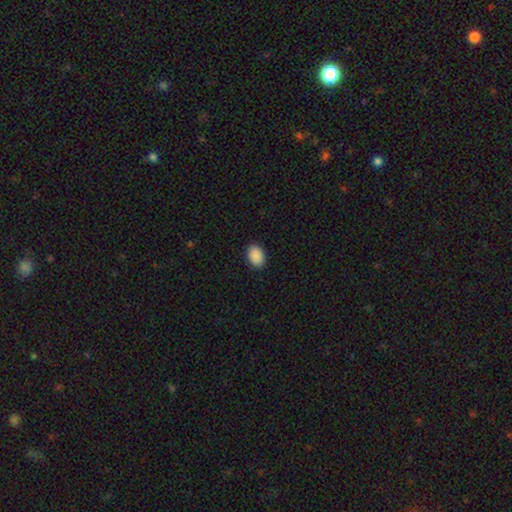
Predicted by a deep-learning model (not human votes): Overall: smooth (90%). How rounded: in between (81%). Merging: none (90%).